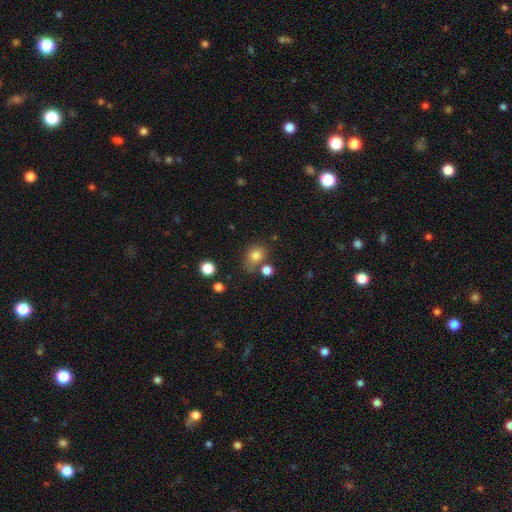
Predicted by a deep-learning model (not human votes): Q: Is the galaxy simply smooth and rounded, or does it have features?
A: smooth — 81%.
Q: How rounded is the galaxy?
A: round — 58%.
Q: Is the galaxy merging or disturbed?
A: none — 60%.